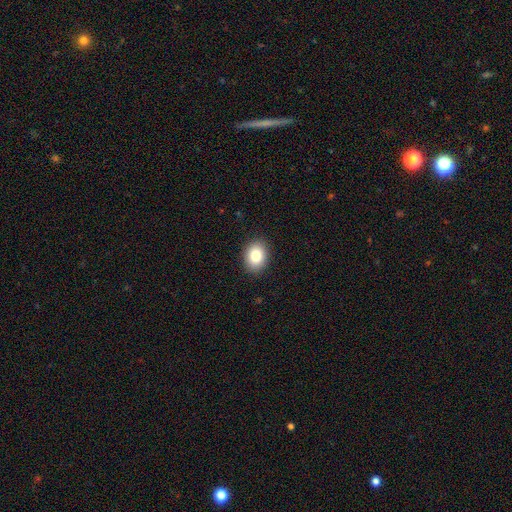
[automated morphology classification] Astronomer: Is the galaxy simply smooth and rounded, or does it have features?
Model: smooth — 84%.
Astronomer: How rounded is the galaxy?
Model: in between — 68%.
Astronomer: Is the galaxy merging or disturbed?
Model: none — 90%.